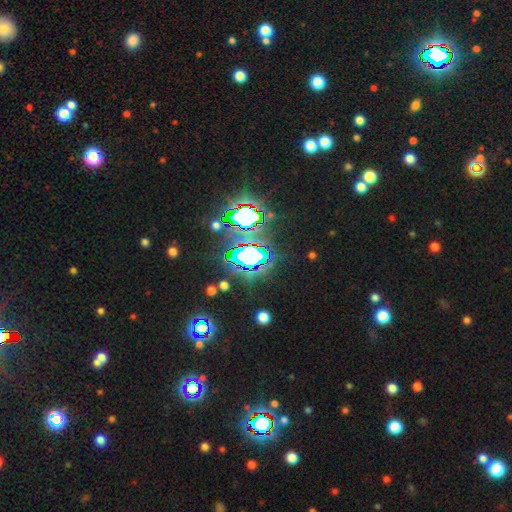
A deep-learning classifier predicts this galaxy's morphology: A star or artifact, not a galaxy (79%).